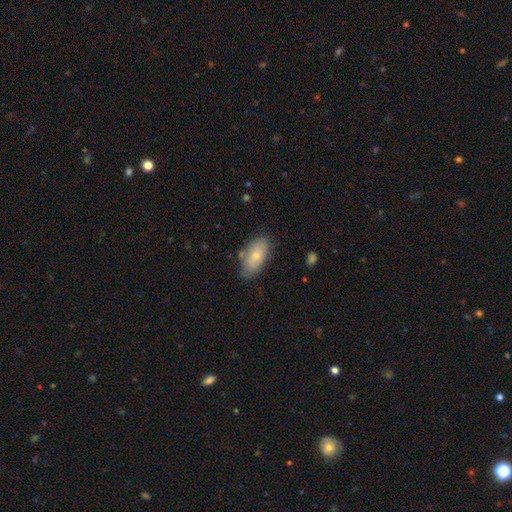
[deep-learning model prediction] smooth_or_featured: smooth (p=0.76) [alt: featured or disk p=0.17]
how_rounded: in between (p=0.92) [alt: cigar-shaped p=0.04]
merging: none (p=0.76) [alt: minor disturbance p=0.17]